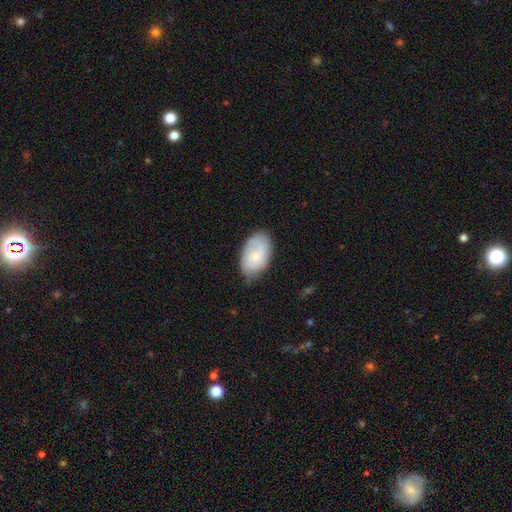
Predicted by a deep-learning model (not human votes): A featured or disk galaxy (49%).

Vote fractions:
- Smooth or featured? featured or disk: 49% / smooth: 44% / star or artifact: 6%
- Merging? none: 71% / minor disturbance: 23% / major disturbance: 5% / merger: 1%